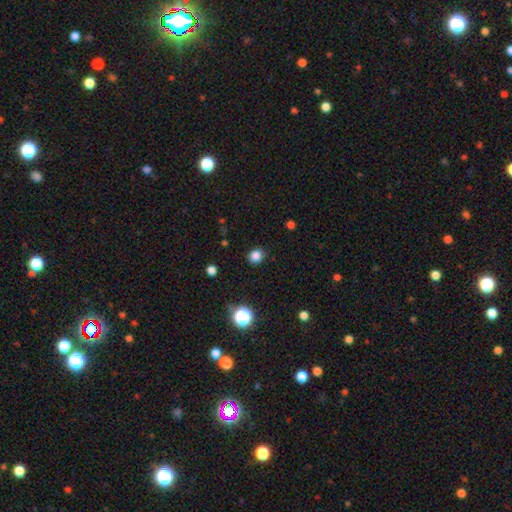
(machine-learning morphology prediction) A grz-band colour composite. It shows a smooth galaxy with no disk features (83%) that is round (76%). Merging: none (89%).